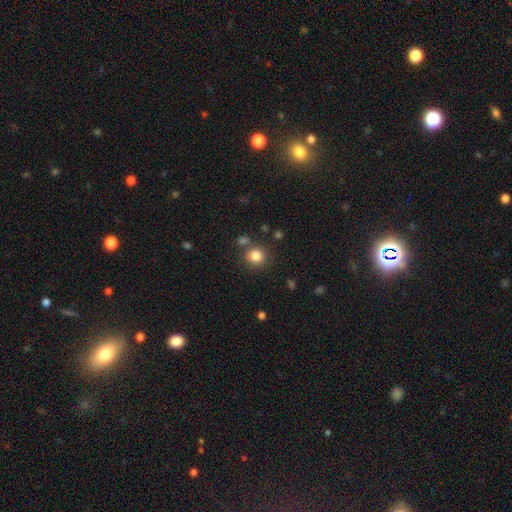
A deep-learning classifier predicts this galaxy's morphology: Smooth or featured: smooth — 83% (star or artifact — 11%)
How rounded: round — 90% (in between — 9%)
Merging: none — 78% (merger — 10%)